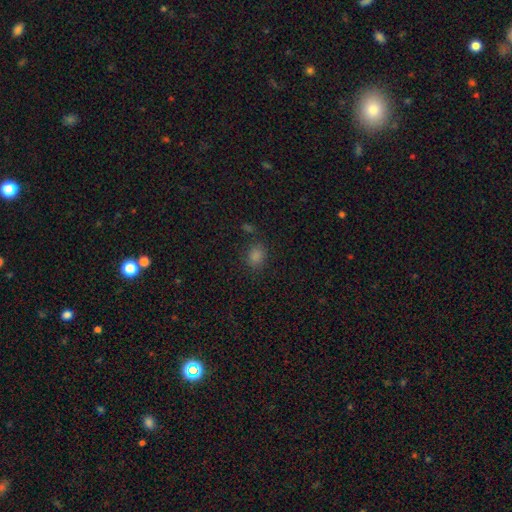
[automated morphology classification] smooth-or-featured: smooth: 75% | star or artifact: 21% | featured or disk: 4%
  how-rounded: in between: 52% | round: 47% | cigar-shaped: 1%
  merging: none: 81% | minor disturbance: 11% | merger: 5% | major disturbance: 4%